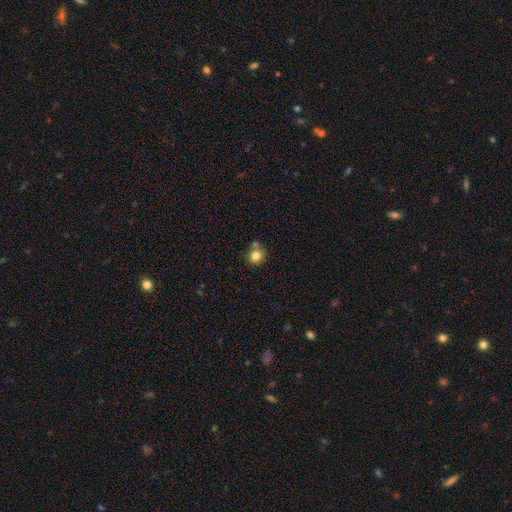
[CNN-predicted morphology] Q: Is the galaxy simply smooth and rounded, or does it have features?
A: smooth — 80%.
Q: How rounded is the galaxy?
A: round — 88%.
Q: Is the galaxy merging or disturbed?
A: none — 63%.